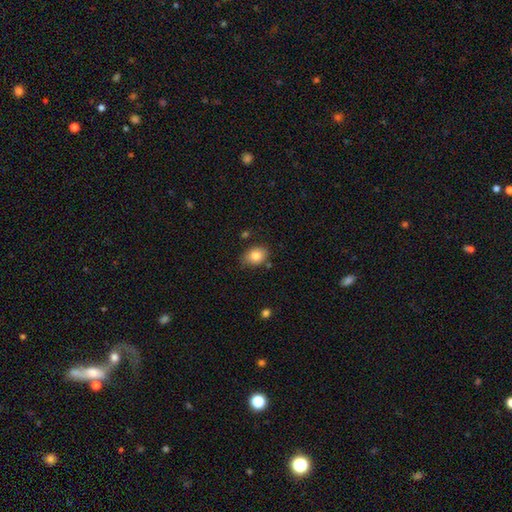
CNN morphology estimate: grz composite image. It shows a smooth galaxy with no disk features (83%) that is in between round and cigar-shaped (63%). Merging: none (74%).